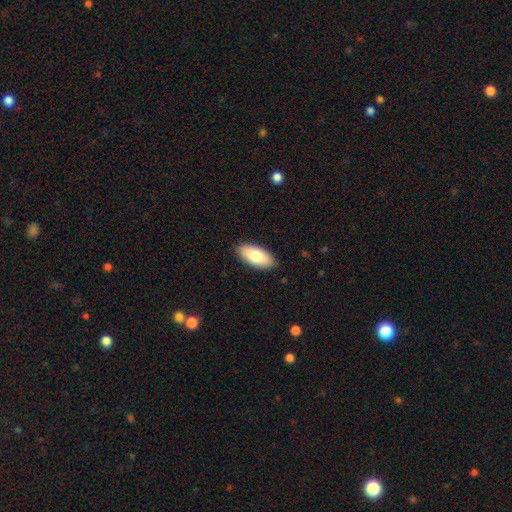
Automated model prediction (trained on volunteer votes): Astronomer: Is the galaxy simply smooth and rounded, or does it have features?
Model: smooth — 80%.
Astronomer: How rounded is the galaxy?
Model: in between — 91%.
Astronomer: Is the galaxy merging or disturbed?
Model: none — 89%.